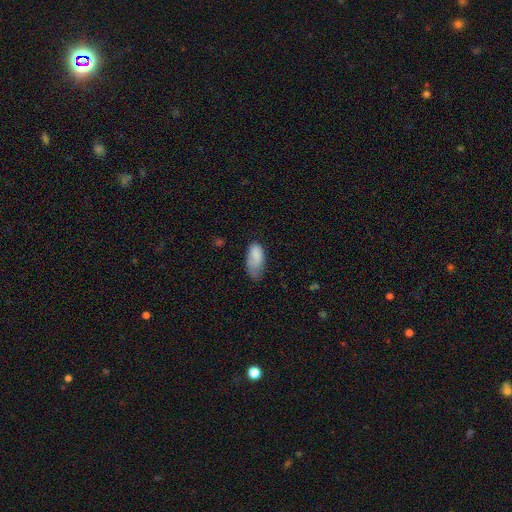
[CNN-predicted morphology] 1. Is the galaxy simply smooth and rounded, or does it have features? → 83% smooth, 10% featured or disk, 7% star or artifact.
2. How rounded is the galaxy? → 93% in between, 4% cigar-shaped, 3% round.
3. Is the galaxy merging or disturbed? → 43% minor disturbance, 33% none, 22% major disturbance, 3% merger.